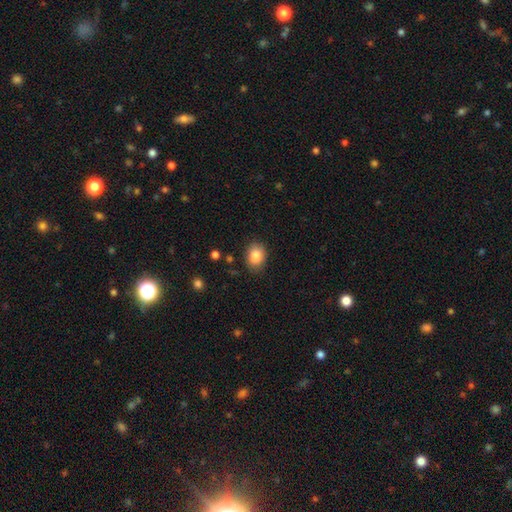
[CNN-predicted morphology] type=smooth (87%); roundness=in between (65%); merging=none (83%).